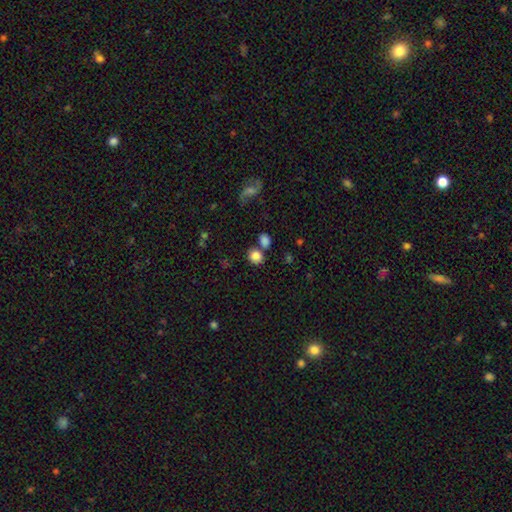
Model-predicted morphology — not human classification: Q: Smooth or featured?
A: smooth (83%); runner-up: star or artifact (10%)
Q: How rounded?
A: round (68%); runner-up: in between (31%)
Q: Merging?
A: none (64%); runner-up: merger (21%)